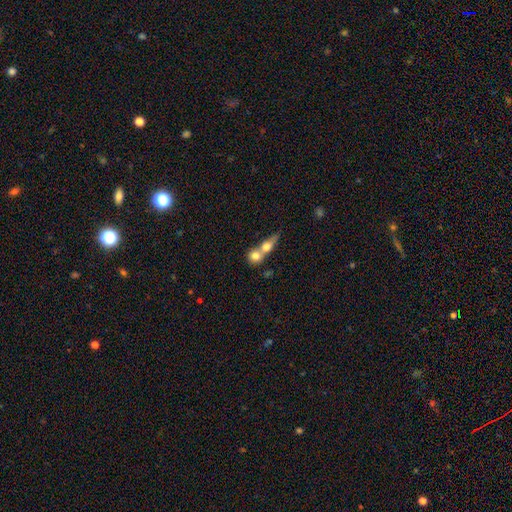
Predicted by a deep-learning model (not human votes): smooth_or_featured: smooth (p=0.71) [alt: featured or disk p=0.21]
how_rounded: round (p=0.64) [alt: in between p=0.29]
merging: merger (p=0.70) [alt: none p=0.22]